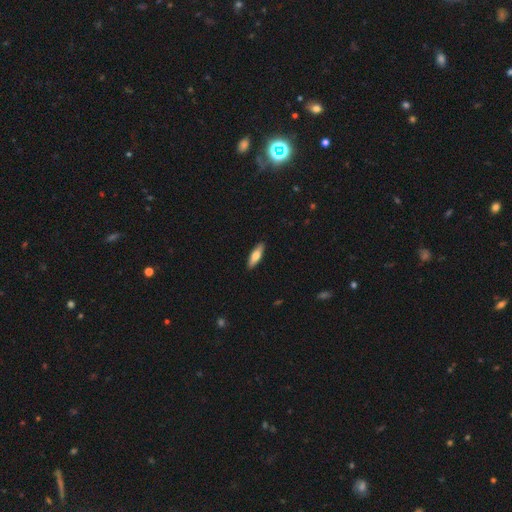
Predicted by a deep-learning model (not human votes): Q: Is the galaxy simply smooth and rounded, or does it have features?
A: smooth — 68%.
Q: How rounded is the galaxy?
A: cigar-shaped — 51%.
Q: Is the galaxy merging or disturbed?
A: none — 90%.